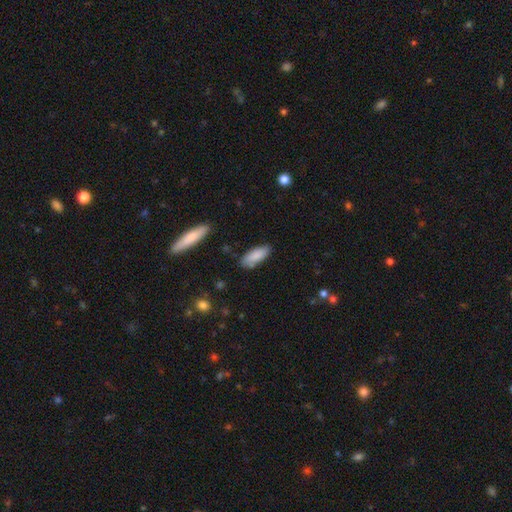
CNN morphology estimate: type=smooth (86%); roundness=in between (77%); merging=none (78%).